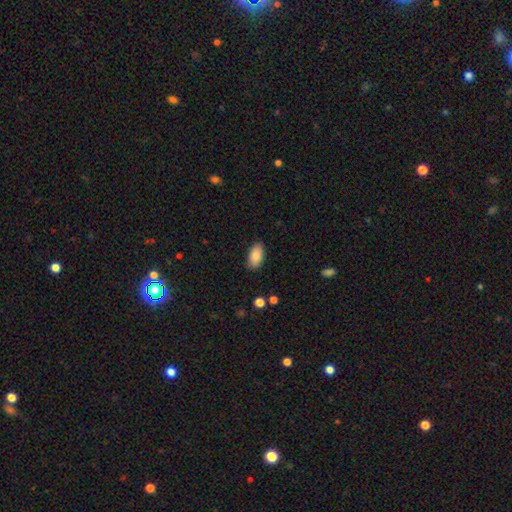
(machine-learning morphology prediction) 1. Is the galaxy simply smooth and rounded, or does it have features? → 87% smooth, 7% star or artifact, 6% featured or disk.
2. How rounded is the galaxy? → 94% in between, 4% round, 3% cigar-shaped.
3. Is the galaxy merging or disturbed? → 86% none, 11% minor disturbance, 2% major disturbance, 1% merger.